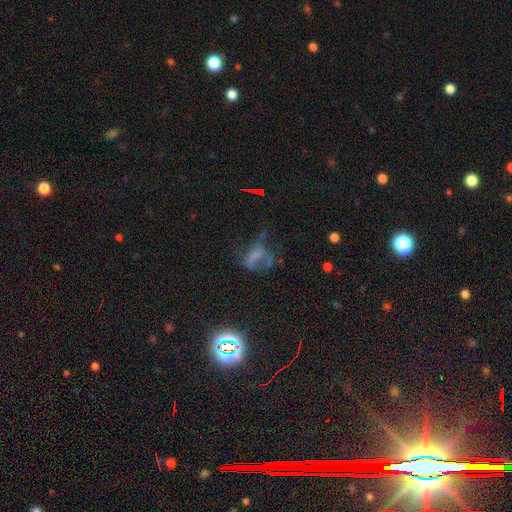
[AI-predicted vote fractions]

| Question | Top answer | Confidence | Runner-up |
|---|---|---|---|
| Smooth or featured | featured or disk | 37% | smooth (33%) |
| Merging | major disturbance | 42% | none (30%) |